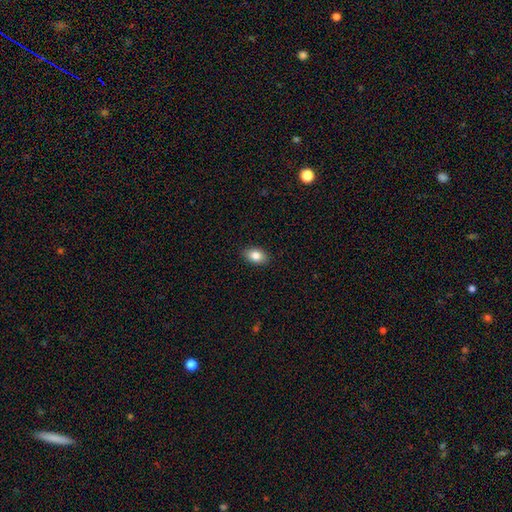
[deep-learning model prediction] smooth-or-featured: smooth: 83% | featured or disk: 8% | star or artifact: 8%
  how-rounded: in between: 88% | round: 11% | cigar-shaped: 1%
  merging: none: 89% | minor disturbance: 8% | major disturbance: 2% | merger: 1%